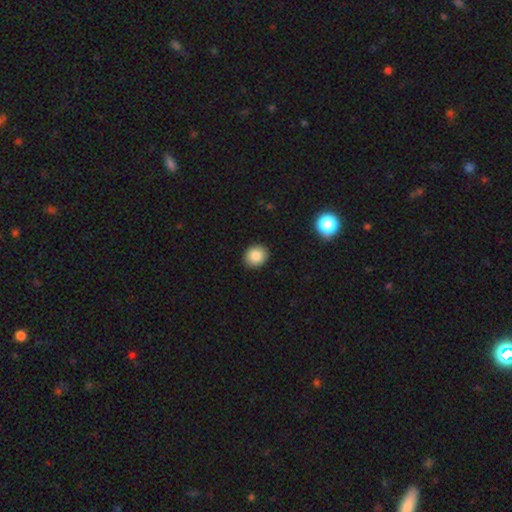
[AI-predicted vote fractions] This appears to be a smooth galaxy with no disk features (86%) that is round (71%). Merging: none (90%).